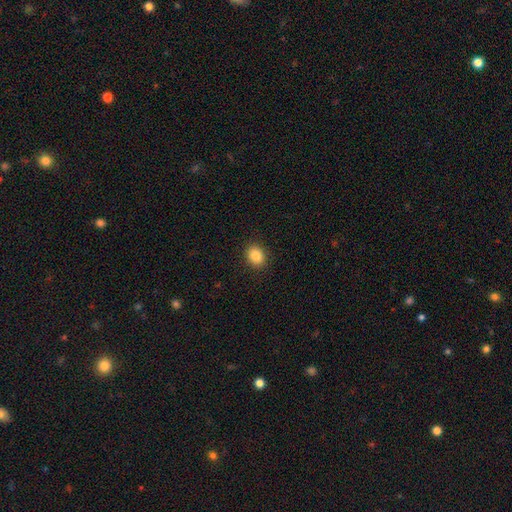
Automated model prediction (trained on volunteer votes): Morphology: type=smooth (85%); roundness=round (54%); merging=none (91%).